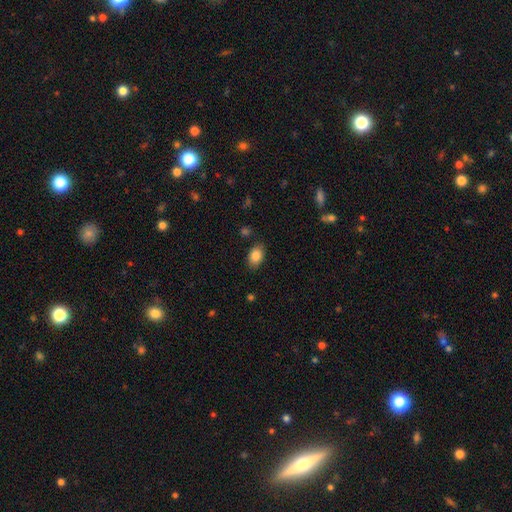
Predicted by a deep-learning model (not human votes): Morphology: type=smooth (85%); roundness=in between (83%); merging=none (83%).